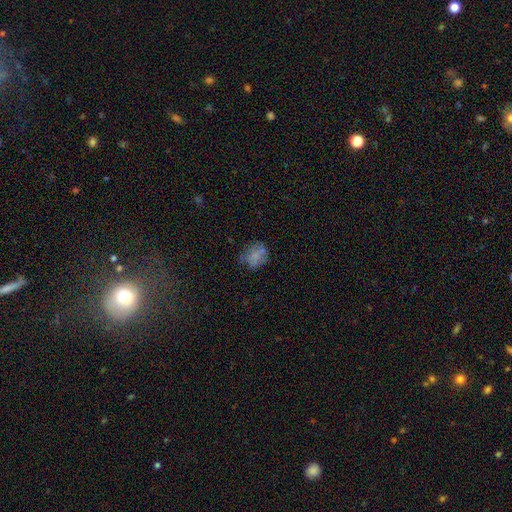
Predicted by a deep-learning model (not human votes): smooth-or-featured: smooth: 61% | featured or disk: 27% | star or artifact: 12%
  how-rounded: round: 57% | in between: 42% | cigar-shaped: 1%
  merging: none: 53% | minor disturbance: 25% | major disturbance: 14% | merger: 8%